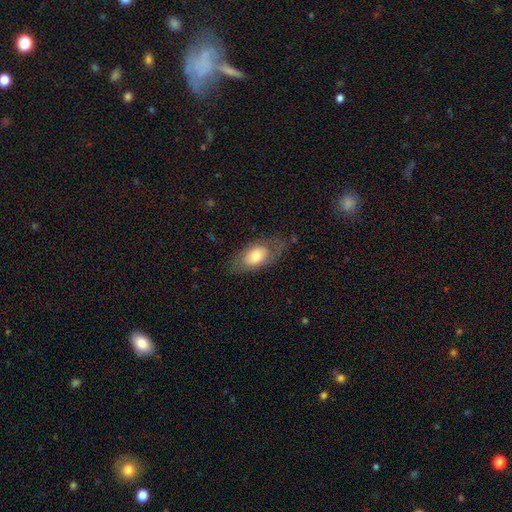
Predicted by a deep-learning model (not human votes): smooth_or_featured: smooth (p=0.65) [alt: featured or disk p=0.29]
how_rounded: in between (p=0.88) [alt: round p=0.08]
merging: none (p=0.69) [alt: minor disturbance p=0.19]